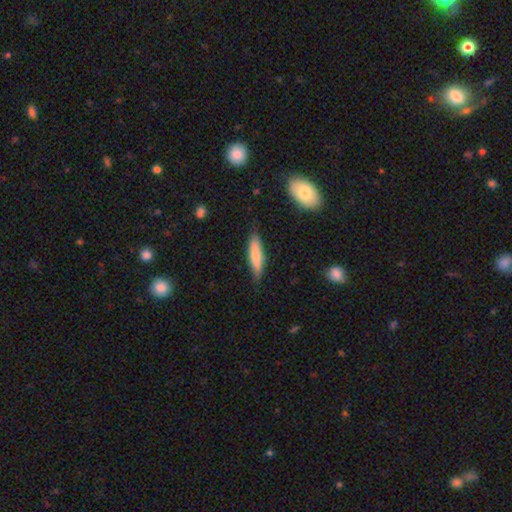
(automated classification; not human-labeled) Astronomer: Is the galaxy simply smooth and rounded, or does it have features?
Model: smooth — 73%.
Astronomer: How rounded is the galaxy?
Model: cigar-shaped — 72%.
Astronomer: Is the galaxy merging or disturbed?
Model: none — 79%.